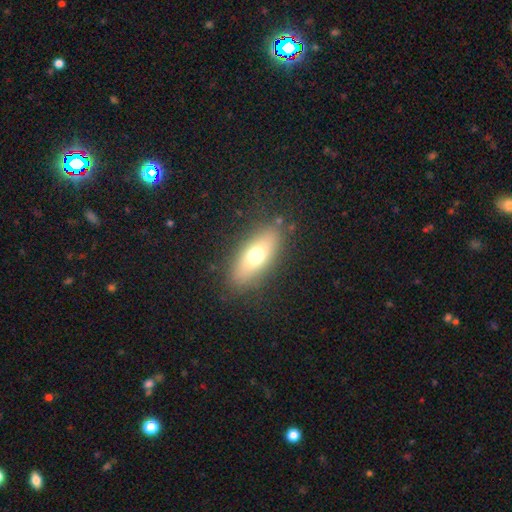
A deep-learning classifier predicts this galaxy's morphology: type=smooth (66%); roundness=in between (68%); merging=none (84%).